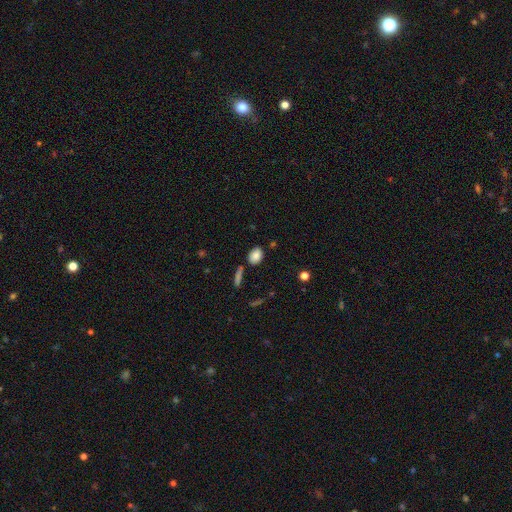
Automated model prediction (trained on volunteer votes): Smooth or featured: smooth — 85% (star or artifact — 8%)
How rounded: in between — 75% (round — 22%)
Merging: none — 79% (minor disturbance — 12%)